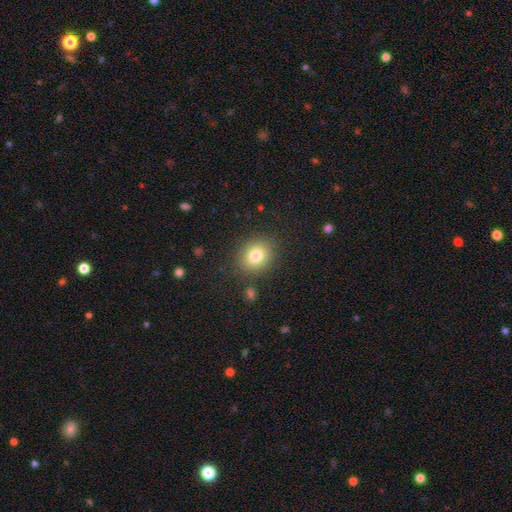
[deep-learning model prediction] smooth_or_featured: smooth (p=0.80) [alt: star or artifact p=0.11]
how_rounded: round (p=0.67) [alt: in between p=0.32]
merging: none (p=0.85) [alt: minor disturbance p=0.09]